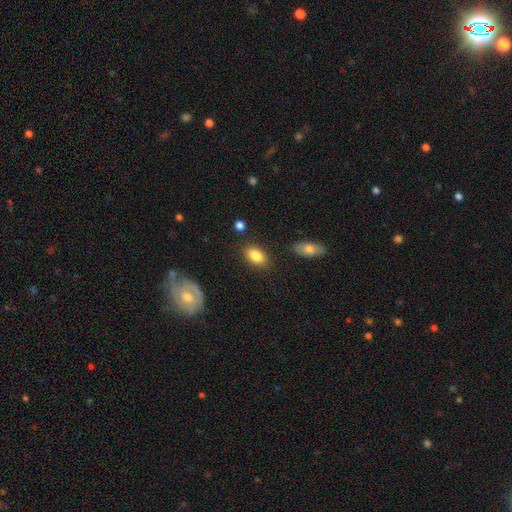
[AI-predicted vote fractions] smooth-or-featured: smooth: 85% | featured or disk: 8% | star or artifact: 8%
  how-rounded: in between: 87% | round: 11% | cigar-shaped: 2%
  merging: none: 83% | minor disturbance: 11% | major disturbance: 3% | merger: 3%